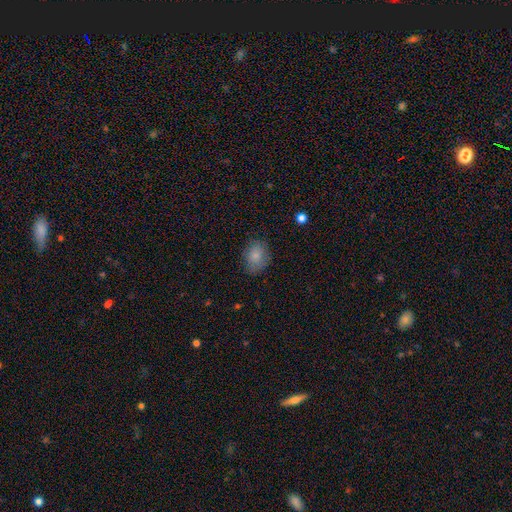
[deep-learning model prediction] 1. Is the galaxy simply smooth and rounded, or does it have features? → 82% smooth, 9% featured or disk, 8% star or artifact.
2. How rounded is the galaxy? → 63% in between, 36% round, 1% cigar-shaped.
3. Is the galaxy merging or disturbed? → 78% none, 16% minor disturbance, 5% major disturbance, 1% merger.